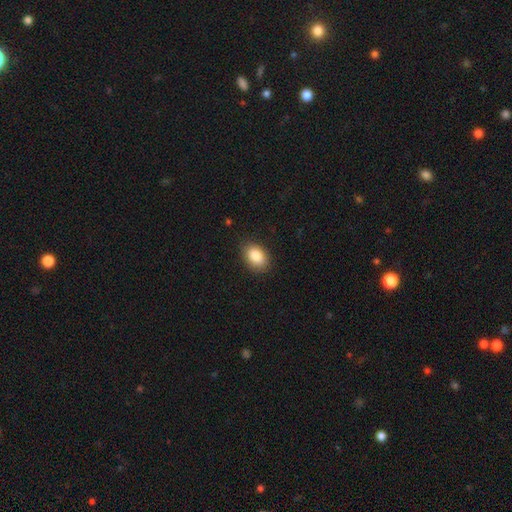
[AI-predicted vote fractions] This is clearly a smooth galaxy (87%). How rounded: clearly in between (82%). Merging: clearly none (85%).